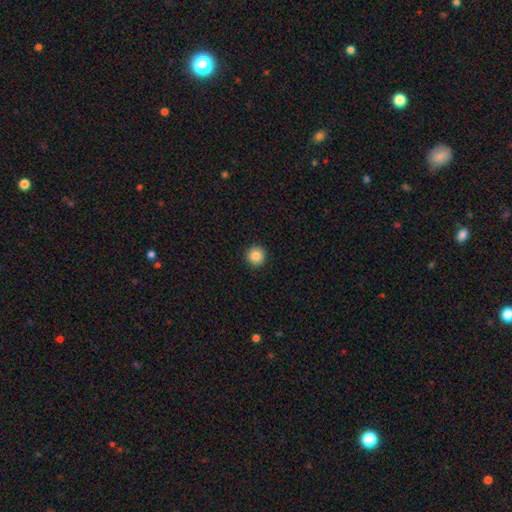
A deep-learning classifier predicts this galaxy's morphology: smooth 86%, star or artifact 10%, featured or disk 5%. Down the decision tree: how rounded — round (95%); merging — none (93%).